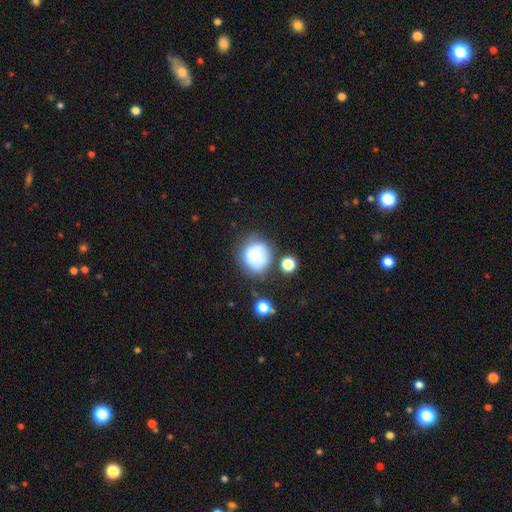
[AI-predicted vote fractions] smooth-or-featured: smooth: 75% | featured or disk: 14% | star or artifact: 10%
  how-rounded: round: 85% | in between: 14% | cigar-shaped: 1%
  merging: none: 62% | minor disturbance: 20% | merger: 10% | major disturbance: 8%